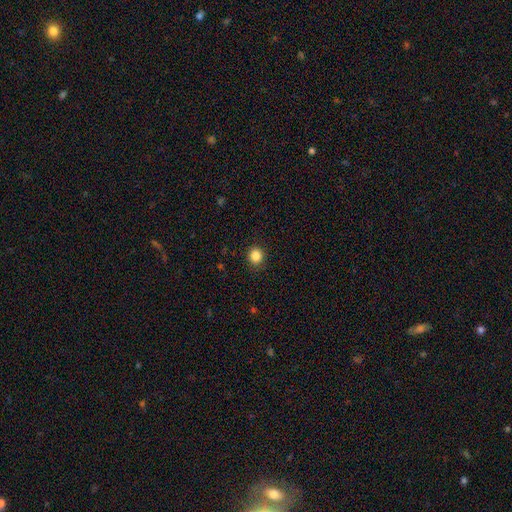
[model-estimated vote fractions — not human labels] Smooth or featured?
  - smooth: 85% *
  - star or artifact: 11%
  - featured or disk: 4%
How rounded?
  - round: 88% *
  - in between: 11%
  - cigar-shaped: 1%
Merging?
  - none: 90% *
  - minor disturbance: 7%
  - major disturbance: 2%
  - merger: 1%